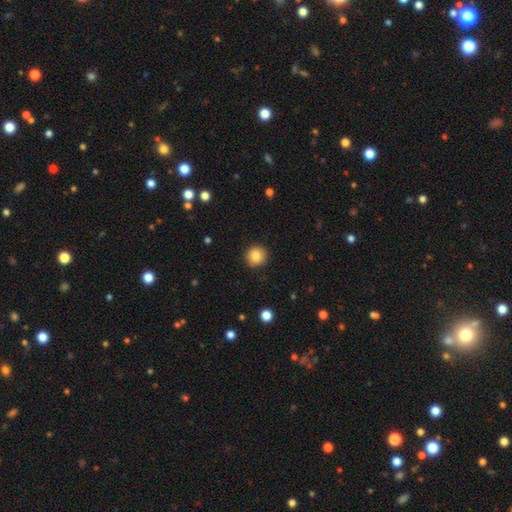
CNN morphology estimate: A smooth galaxy with no disk features (84%) that is round (92%).

Vote fractions:
- Smooth or featured? smooth: 84% / star or artifact: 9% / featured or disk: 6%
- How rounded? round: 92% / in between: 7% / cigar-shaped: 1%
- Merging? none: 91% / minor disturbance: 6% / major disturbance: 2% / merger: 1%